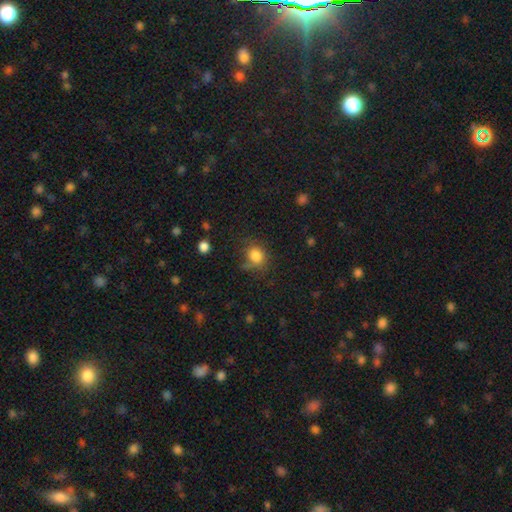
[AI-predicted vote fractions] Overall: smooth (82%). How rounded: round (67%; in between 32%). Merging: none (66%).